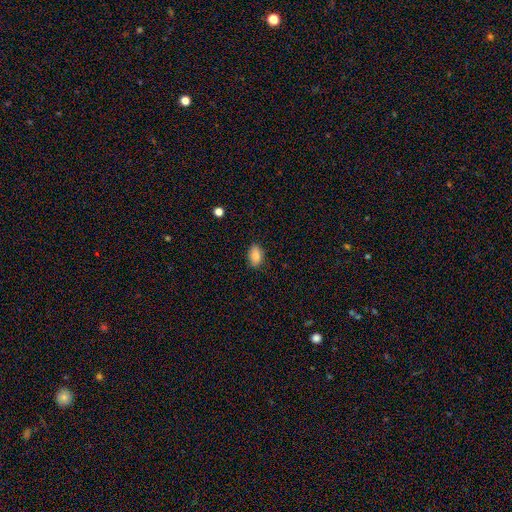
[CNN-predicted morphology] This is clearly a smooth galaxy (84%). How rounded: clearly in between (87%). Merging: clearly none (85%).